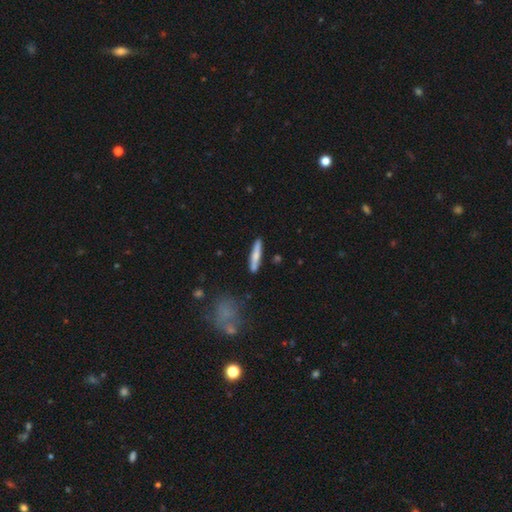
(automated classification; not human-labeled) A smooth galaxy with no disk features (67%) that is cigar-shaped (90%).

Vote fractions:
- Smooth or featured? smooth: 67% / featured or disk: 28% / star or artifact: 6%
- How rounded? cigar-shaped: 90% / in between: 8% / round: 2%
- Merging? none: 83% / minor disturbance: 10% / merger: 4% / major disturbance: 2%